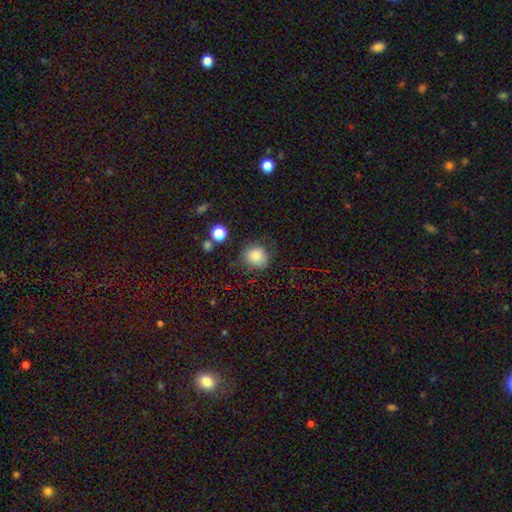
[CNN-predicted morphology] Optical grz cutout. It shows a smooth galaxy with no disk features (82%) that is round (79%). Merging: none (76%).